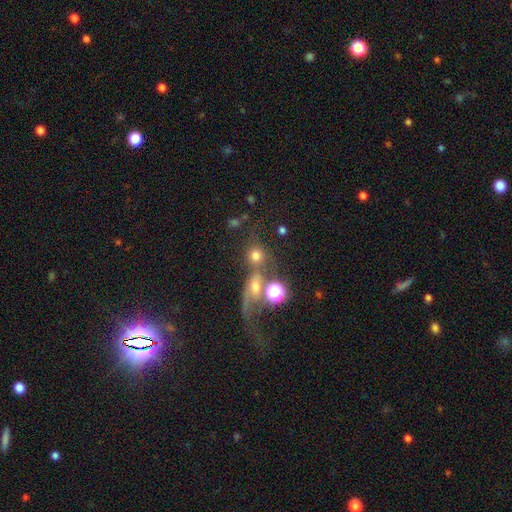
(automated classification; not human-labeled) Smooth or featured?
  - smooth: 69% *
  - star or artifact: 17%
  - featured or disk: 13%
How rounded?
  - round: 85% *
  - in between: 13%
  - cigar-shaped: 2%
Merging?
  - none: 46% *
  - merger: 34%
  - major disturbance: 10%
  - minor disturbance: 10%